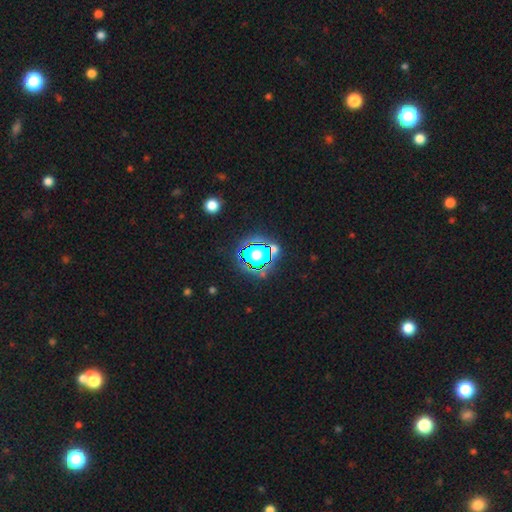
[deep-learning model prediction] Smooth or featured? Predicted: star or artifact (p=0.60).